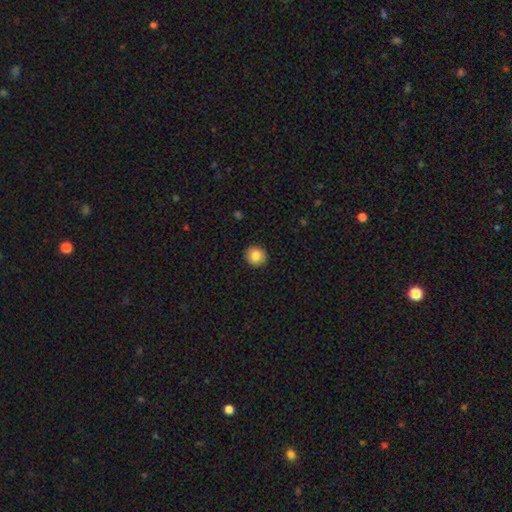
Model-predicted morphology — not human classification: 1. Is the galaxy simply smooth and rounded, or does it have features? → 85% smooth, 9% star or artifact, 6% featured or disk.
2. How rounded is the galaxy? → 88% round, 11% in between, 1% cigar-shaped.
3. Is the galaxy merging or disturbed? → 92% none, 5% minor disturbance, 2% major disturbance, 1% merger.